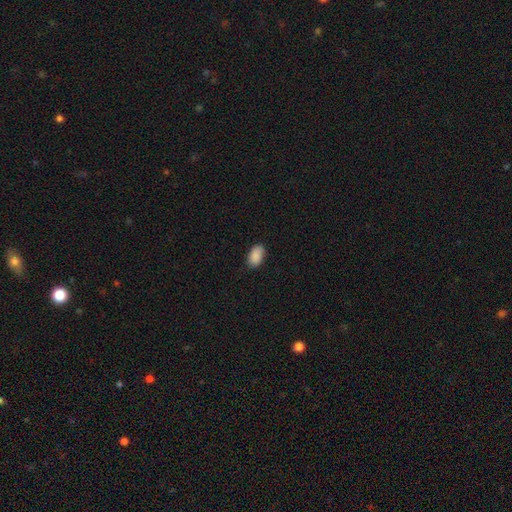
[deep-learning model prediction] This is clearly a smooth galaxy (89%). How rounded: clearly in between (92%). Merging: clearly none (82%).